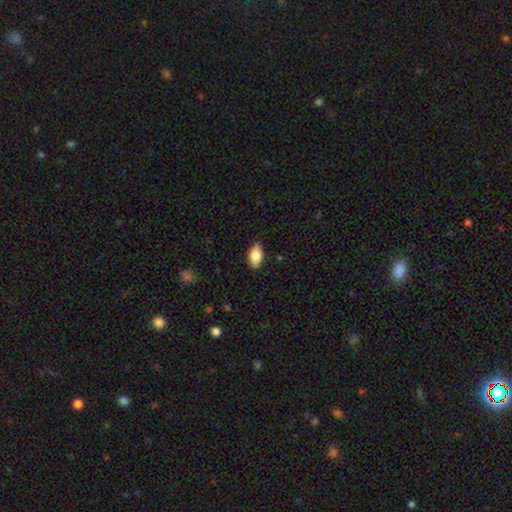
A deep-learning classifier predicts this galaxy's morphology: Smooth or featured? Predicted: smooth (p=0.81). How rounded? Predicted: in between (p=0.91). Merging? Predicted: none (p=0.86).